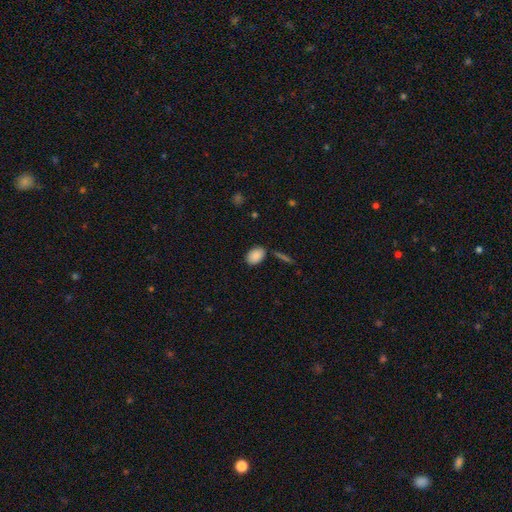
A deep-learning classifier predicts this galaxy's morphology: The model was most divided on "merging": none: 79%, minor disturbance: 13%, merger: 6%, major disturbance: 3%. More confident: smooth or featured — smooth (88%); how rounded — in between (87%).